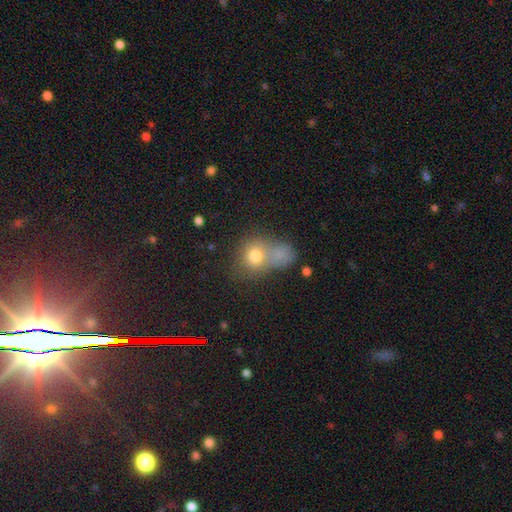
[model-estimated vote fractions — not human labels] smooth-or-featured: smooth: 67% | star or artifact: 19% | featured or disk: 14%
  how-rounded: round: 74% | in between: 25% | cigar-shaped: 1%
  merging: merger: 49% | none: 36% | minor disturbance: 9% | major disturbance: 5%